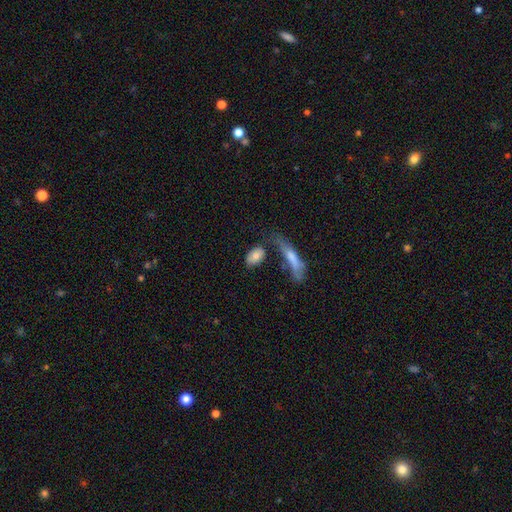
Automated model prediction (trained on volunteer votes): This is likely a smooth galaxy (77%). How rounded: clearly in between (85%). Merging: possibly none (57%).